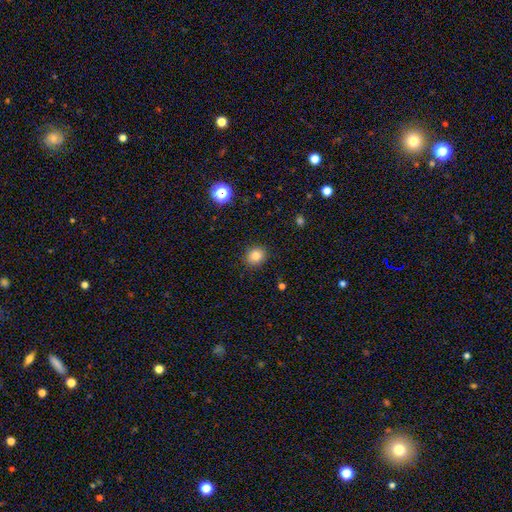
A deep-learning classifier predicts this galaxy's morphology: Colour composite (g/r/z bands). It shows a smooth galaxy with no disk features (81%) that is round (79%). Merging: none (89%).